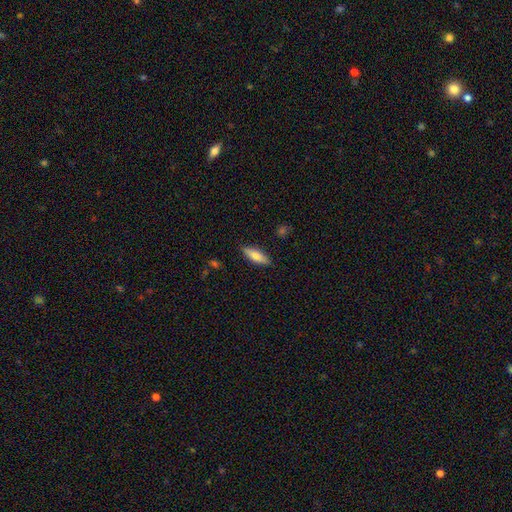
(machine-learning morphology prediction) Smooth or featured? smooth (70%)
How rounded? in between (51%)
Merging? none (87%)